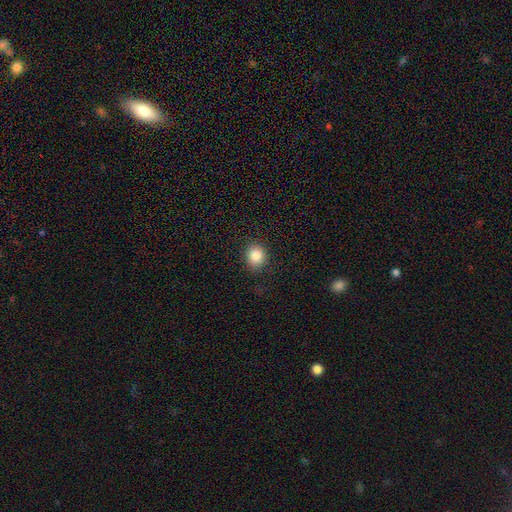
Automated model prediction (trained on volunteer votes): Q: Smooth or featured?
A: smooth (85%); runner-up: star or artifact (10%)
Q: How rounded?
A: round (75%); runner-up: in between (24%)
Q: Merging?
A: none (86%); runner-up: minor disturbance (9%)